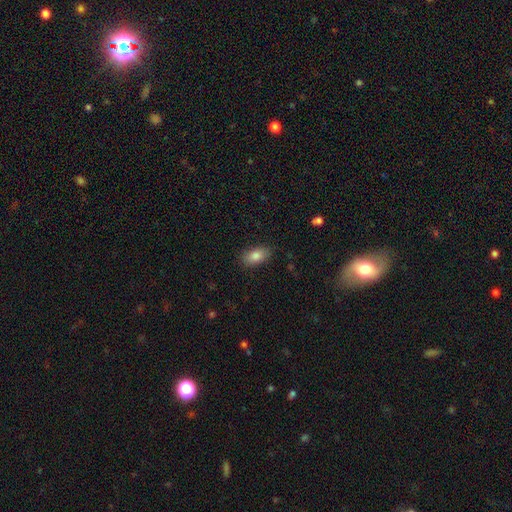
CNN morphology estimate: The model was most divided on "merging": none: 86%, minor disturbance: 10%, major disturbance: 3%, merger: 1%. More confident: how rounded — in between (90%); smooth or featured — smooth (85%).